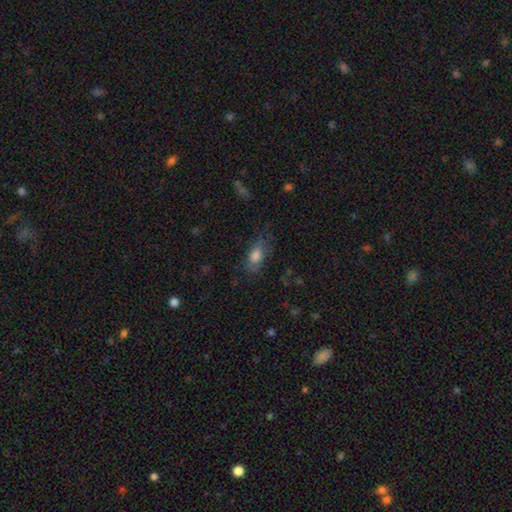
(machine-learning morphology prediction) Smooth or featured? Predicted: smooth (p=0.76). How rounded? Predicted: in between (p=0.85). Merging? Predicted: none (p=0.66).